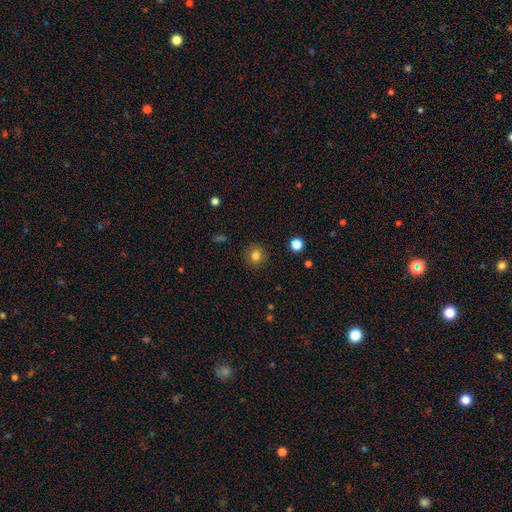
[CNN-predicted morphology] This is clearly a smooth galaxy (80%). How rounded: clearly round (86%). Merging: clearly none (89%).